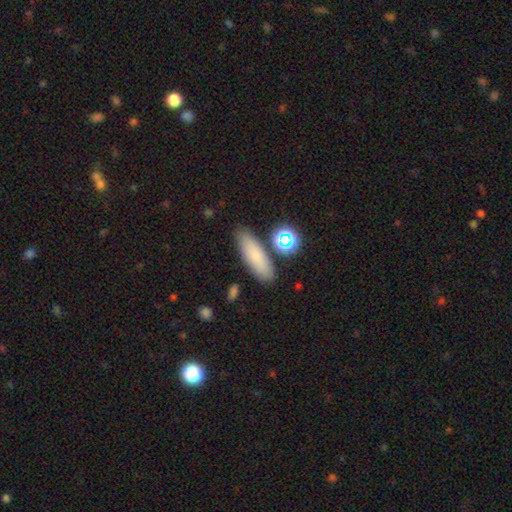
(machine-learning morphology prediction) Q: Smooth or featured?
A: smooth (78%); runner-up: featured or disk (12%)
Q: How rounded?
A: in between (51%); runner-up: cigar-shaped (44%)
Q: Merging?
A: none (81%); runner-up: minor disturbance (10%)